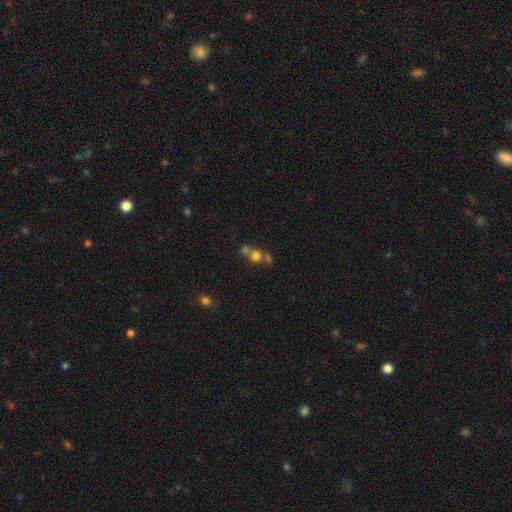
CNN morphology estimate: Overall: smooth (68%). How rounded: round (82%). Merging: merger (49%; none 39%).